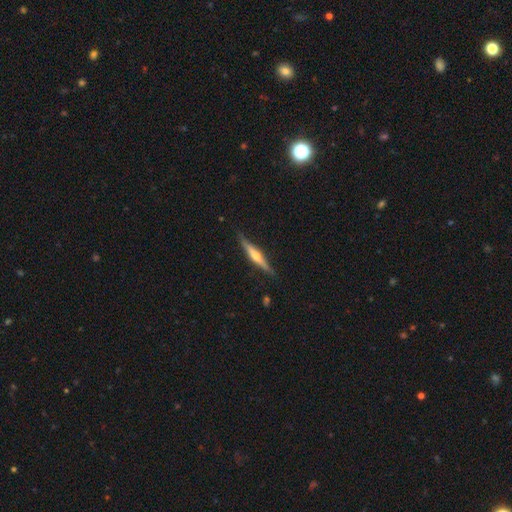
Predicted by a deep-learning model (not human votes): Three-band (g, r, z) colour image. It shows a featured or disk galaxy (69%) viewed edge-on (97%) with a rounded central bulge (89%). Merging: none (87%).